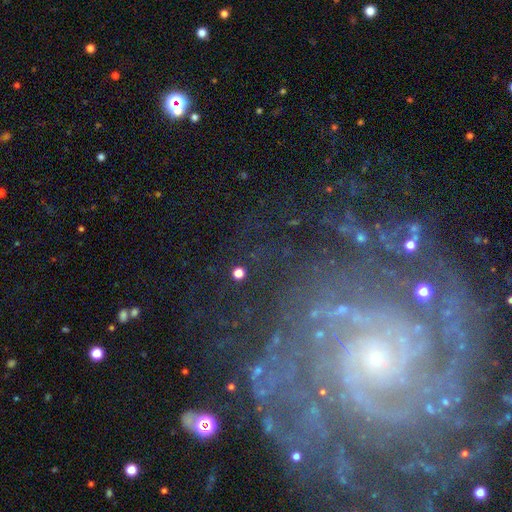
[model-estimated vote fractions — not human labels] smooth-or-featured: featured or disk: 66% | star or artifact: 22% | smooth: 12%
  disk-edge-on: no: 95% | yes: 5%
    bar: no: 59% | weak: 25% | strong: 16%
    has-spiral-arms: yes: 84% | no: 16%
      spiral-winding: tight: 60% | medium: 28% | loose: 12%
      spiral-arm-count: can't tell: 32% | 2: 21% | 3: 16% | 4: 11% | more than 4: 11% | 1: 10%
    bulge-size: small: 62% | moderate: 21% | none: 12% | large: 3% | dominant: 2%
  merging: none: 64% | minor disturbance: 16% | major disturbance: 16% | merger: 5%